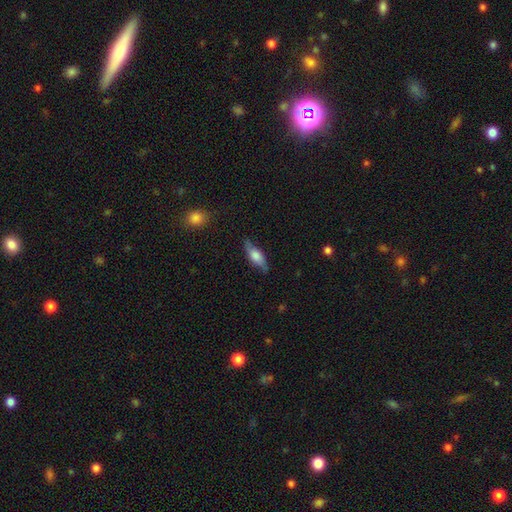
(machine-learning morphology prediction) type=smooth (51%); roundness=in between (56%); merging=none (77%).